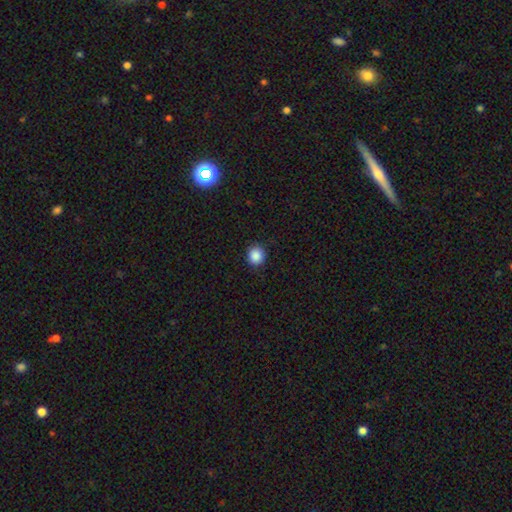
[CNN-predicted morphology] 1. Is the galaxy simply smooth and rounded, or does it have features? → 88% smooth, 10% star or artifact, 3% featured or disk.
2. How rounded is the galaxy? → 89% round, 10% in between, 1% cigar-shaped.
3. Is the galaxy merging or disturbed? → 89% none, 8% minor disturbance, 2% major disturbance, 1% merger.